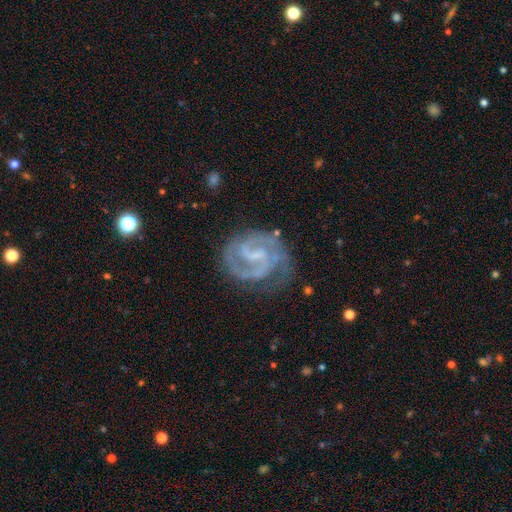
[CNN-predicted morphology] Smooth or featured? featured or disk (89%)
Edge-on disk? no (98%)
Bar? weak (53%)
Spiral arms? yes (98%)
Spiral winding? tight (48%)
Spiral arm count? 2 (77%)
Bulge size? small (46%)
Merging? none (71%)